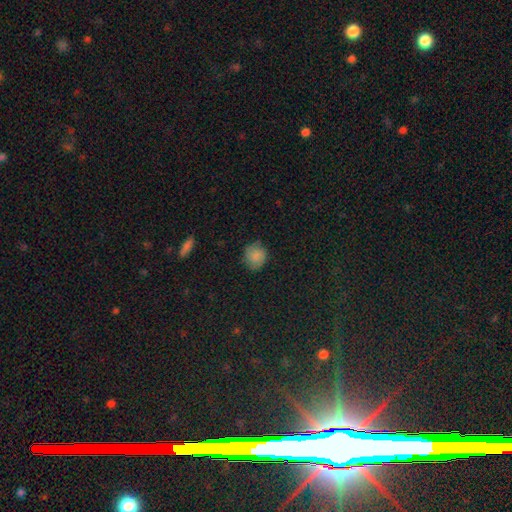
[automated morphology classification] This appears to be a smooth galaxy with no disk features (80%) that is round (80%). Merging: none (75%).